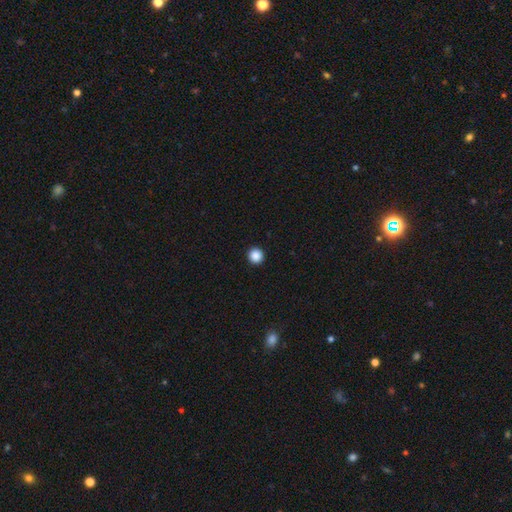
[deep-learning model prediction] This is clearly a smooth galaxy (88%). How rounded: clearly round (95%). Merging: clearly none (94%).